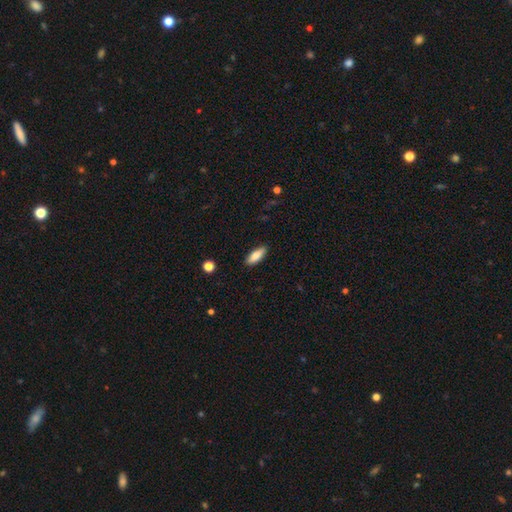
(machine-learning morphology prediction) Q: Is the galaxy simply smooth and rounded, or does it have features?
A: smooth — 81%.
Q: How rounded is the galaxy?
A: in between — 70%.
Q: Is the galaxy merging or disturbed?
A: none — 88%.